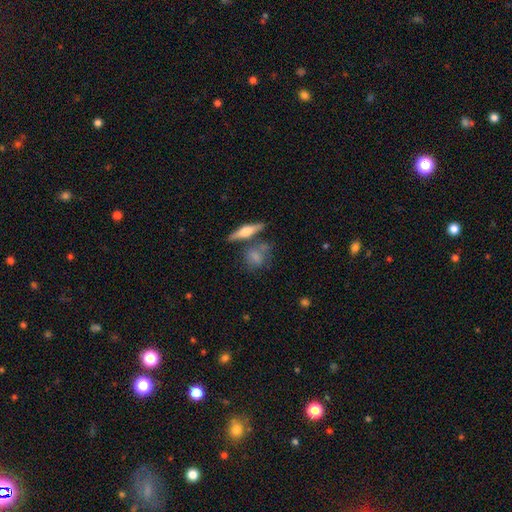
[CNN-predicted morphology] The model was most divided on "how rounded": round: 44%, in between: 43%, cigar-shaped: 13%. More confident: smooth or featured — smooth (65%); merging — none (61%).